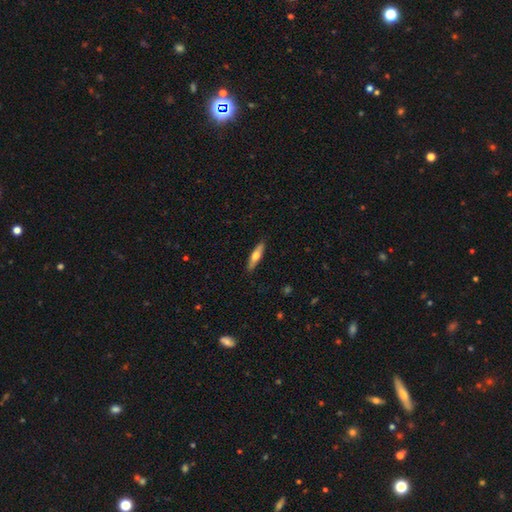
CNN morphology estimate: A smooth galaxy with no disk features (53%) that is cigar-shaped (70%). Merging: none (89%).